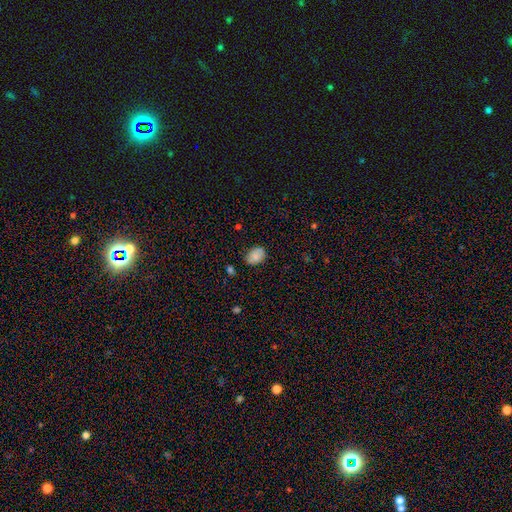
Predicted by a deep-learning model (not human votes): This is clearly a smooth galaxy (84%). How rounded: likely in between (75%). Merging: likely none (79%).